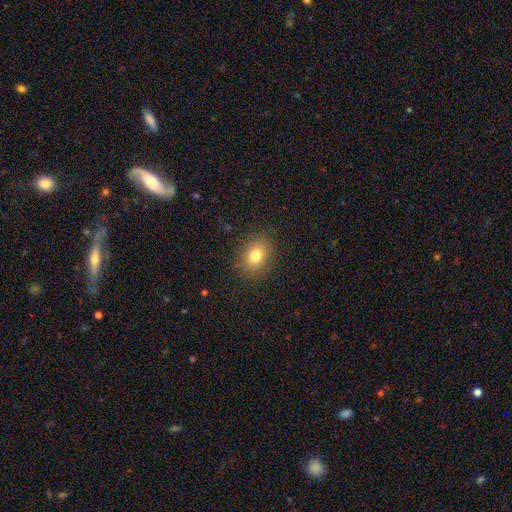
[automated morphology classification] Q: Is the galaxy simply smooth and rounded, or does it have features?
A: smooth — 79%.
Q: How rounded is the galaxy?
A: in between — 59%.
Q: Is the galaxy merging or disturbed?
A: none — 86%.